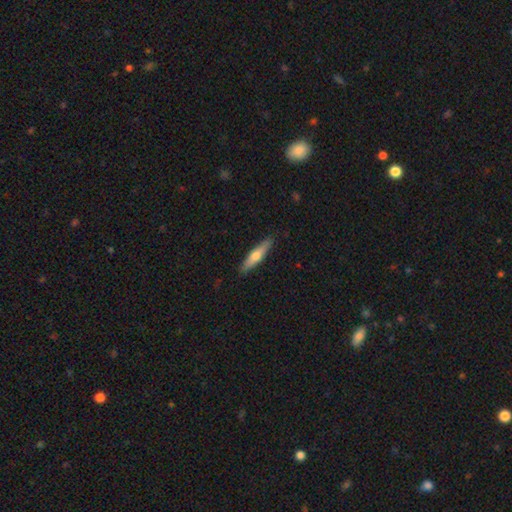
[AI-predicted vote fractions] This is possibly a smooth galaxy (58%). How rounded: likely cigar-shaped (80%). Merging: clearly none (88%).